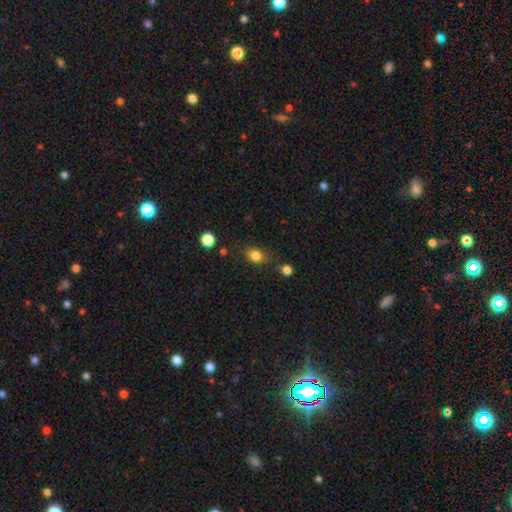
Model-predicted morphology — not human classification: The model was most divided on "how rounded": in between: 56%, round: 42%, cigar-shaped: 2%. More confident: smooth or featured — smooth (81%); merging — none (72%).